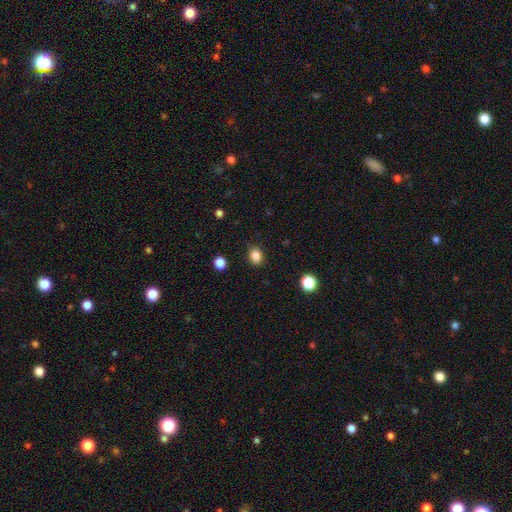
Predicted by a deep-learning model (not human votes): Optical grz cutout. It shows a smooth galaxy with no disk features (85%) that is round (53%). Merging: none (83%).